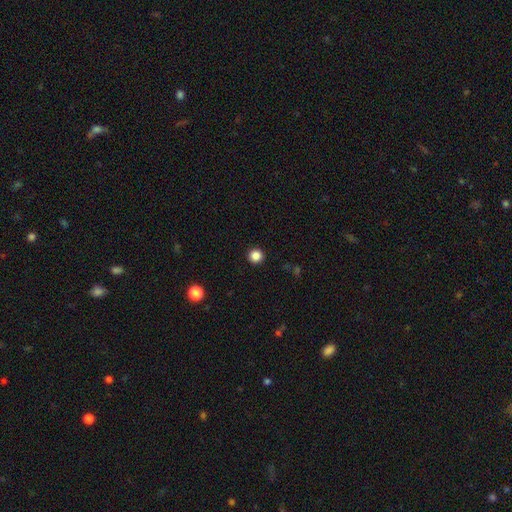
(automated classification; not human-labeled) This is clearly a smooth galaxy (85%). How rounded: clearly round (95%). Merging: clearly none (93%).